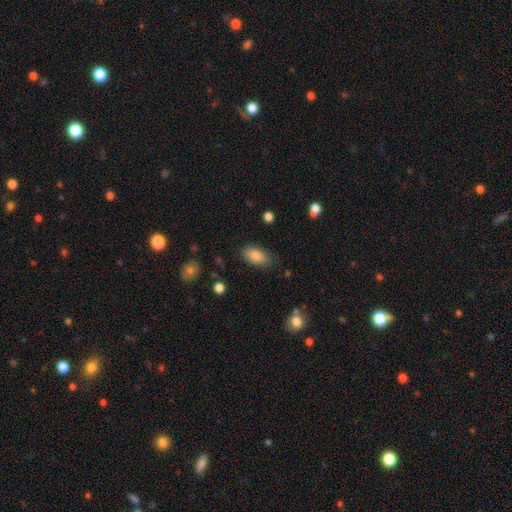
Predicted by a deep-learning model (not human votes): Smooth or featured?
  - smooth: 84% *
  - featured or disk: 8%
  - star or artifact: 7%
How rounded?
  - in between: 93% *
  - cigar-shaped: 4%
  - round: 4%
Merging?
  - none: 82% *
  - minor disturbance: 13%
  - major disturbance: 3%
  - merger: 1%